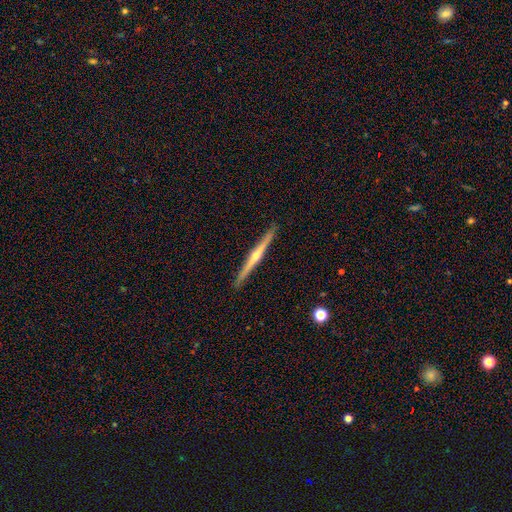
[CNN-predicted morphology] Smooth or featured: featured or disk — 79% (smooth — 16%)
Edge-on disk: yes — 98% (no — 2%)
Edge-on bulge: rounded — 86% (none — 11%)
Merging: none — 92% (minor disturbance — 6%)